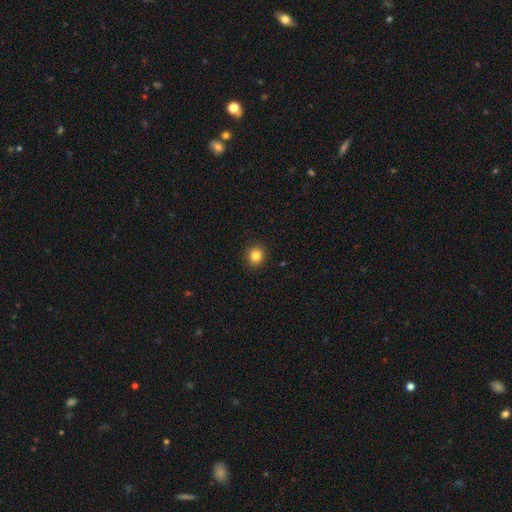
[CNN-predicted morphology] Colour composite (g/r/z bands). It shows a smooth galaxy with no disk features (84%) that is round (90%). Merging: none (92%).